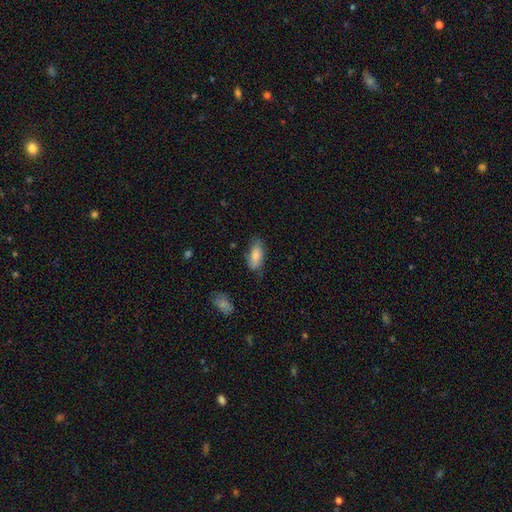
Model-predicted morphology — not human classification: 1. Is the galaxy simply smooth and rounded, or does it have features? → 78% smooth, 16% featured or disk, 6% star or artifact.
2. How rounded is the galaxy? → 83% in between, 14% cigar-shaped, 2% round.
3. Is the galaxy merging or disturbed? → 64% none, 27% minor disturbance, 7% major disturbance, 2% merger.